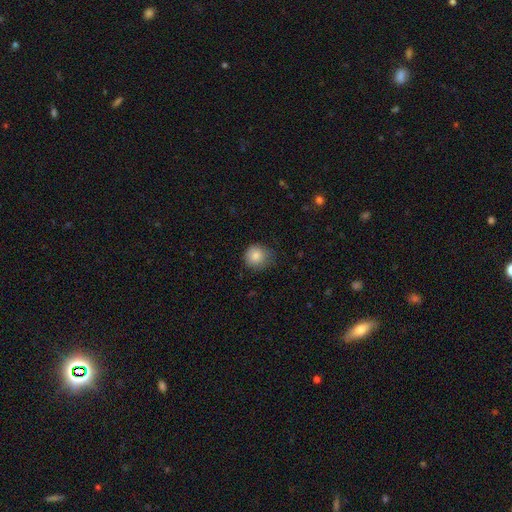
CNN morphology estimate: A smooth galaxy with no disk features (84%) that is round (89%). Merging: none (67%).